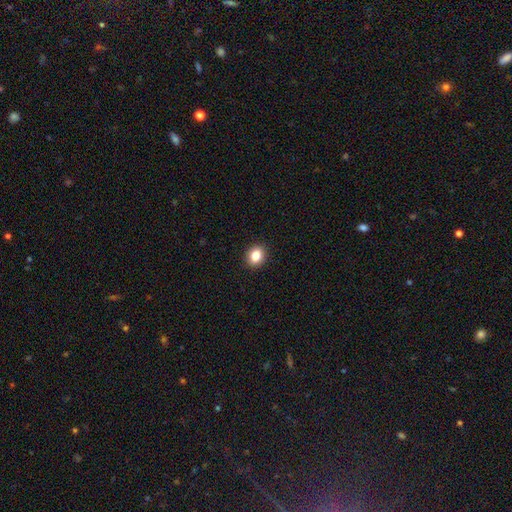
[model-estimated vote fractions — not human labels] Overall: smooth (84%). How rounded: round (54%; in between 45%). Merging: none (91%).